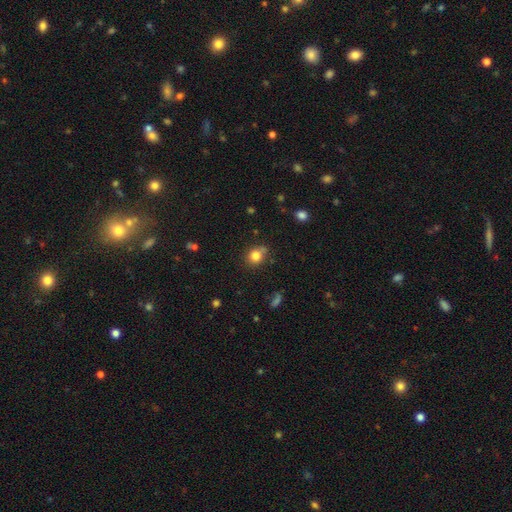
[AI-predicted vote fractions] smooth_or_featured: smooth (p=0.81) [alt: star or artifact p=0.12]
how_rounded: round (p=0.72) [alt: in between p=0.27]
merging: none (p=0.70) [alt: minor disturbance p=0.19]